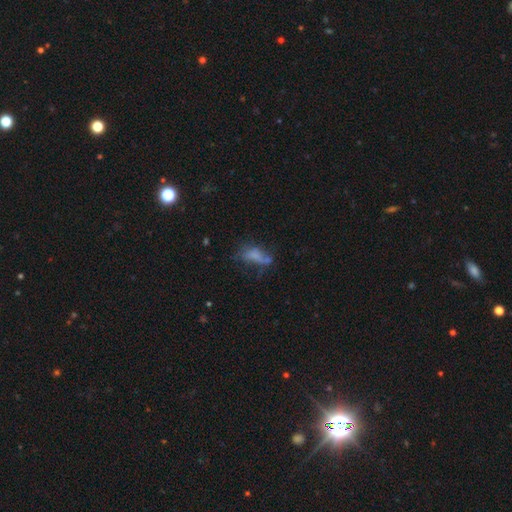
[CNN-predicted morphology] smooth 51%, featured or disk 32%, star or artifact 17%. Down the decision tree: how rounded — in between (79%); merging — major disturbance (35%).